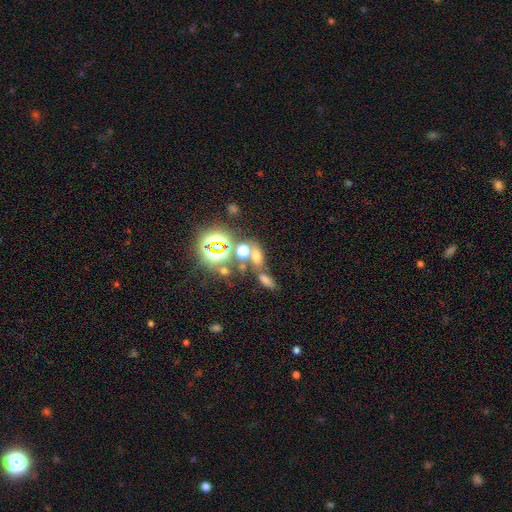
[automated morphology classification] Smooth or featured? Predicted: smooth (p=0.51). How rounded? Predicted: in between (p=0.65). Merging? Predicted: none (p=0.46).